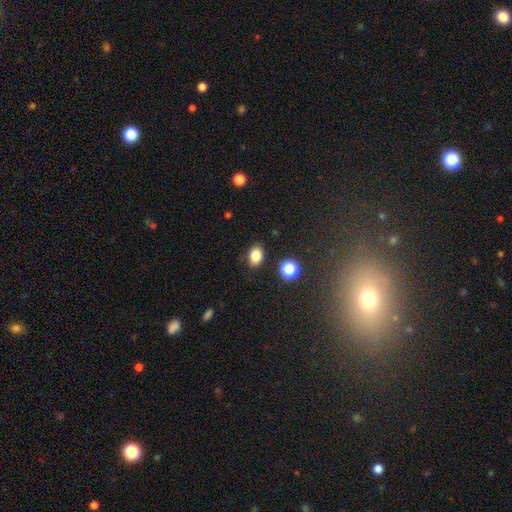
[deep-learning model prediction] A smooth galaxy with no disk features (84%) that is in between round and cigar-shaped (72%). Merging: none (83%).